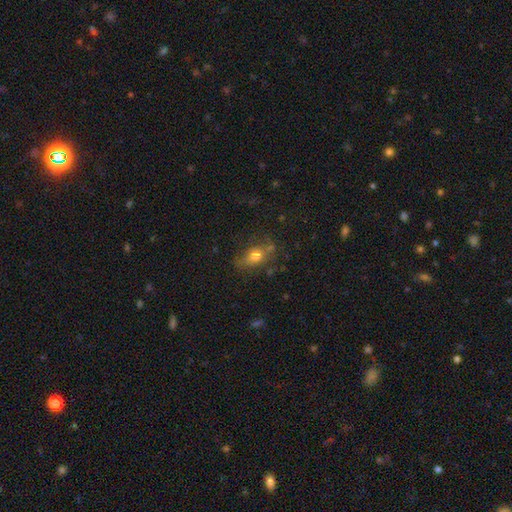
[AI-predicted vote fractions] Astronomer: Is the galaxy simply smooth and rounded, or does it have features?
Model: smooth — 66%.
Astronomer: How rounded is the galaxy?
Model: in between — 72%.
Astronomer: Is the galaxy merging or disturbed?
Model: none — 62%.